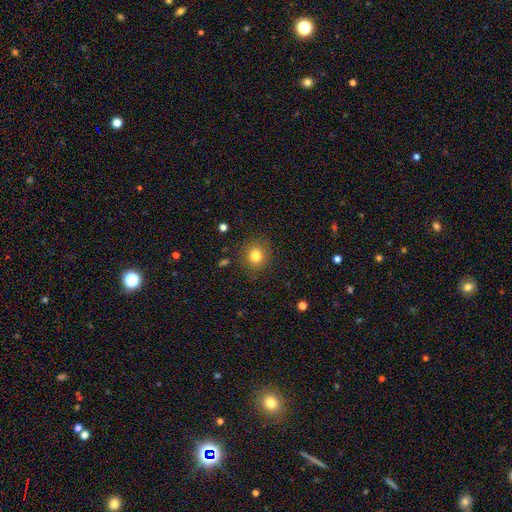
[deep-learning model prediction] Smooth or featured?
  - smooth: 81% *
  - star or artifact: 12%
  - featured or disk: 7%
How rounded?
  - round: 82% *
  - in between: 17%
  - cigar-shaped: 1%
Merging?
  - none: 88% *
  - minor disturbance: 8%
  - major disturbance: 3%
  - merger: 1%